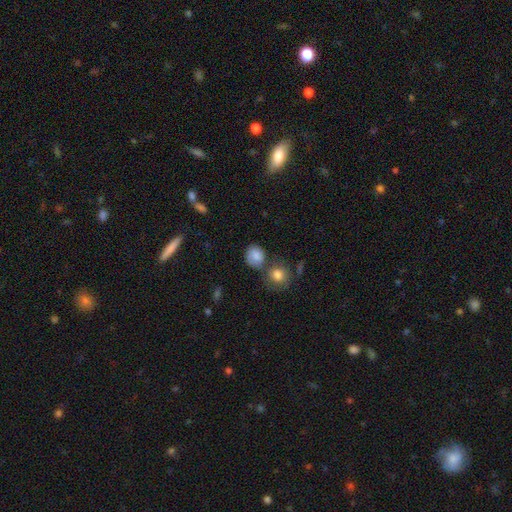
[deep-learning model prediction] Smooth or featured?
  - smooth: 81% *
  - featured or disk: 10%
  - star or artifact: 9%
How rounded?
  - round: 67% *
  - in between: 31%
  - cigar-shaped: 1%
Merging?
  - none: 58% *
  - merger: 20%
  - minor disturbance: 17%
  - major disturbance: 6%